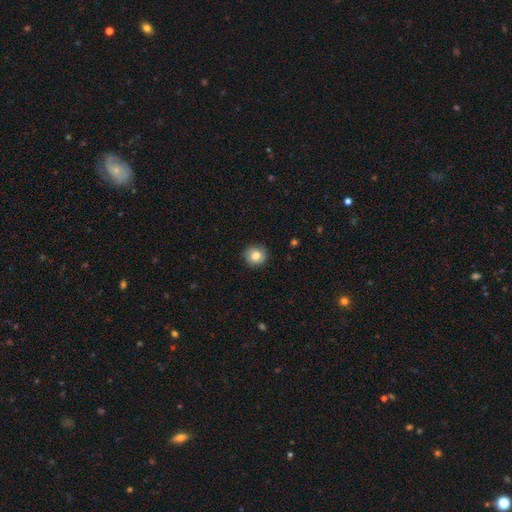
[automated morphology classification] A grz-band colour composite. It shows a smooth galaxy with no disk features (79%) that is round (87%). Merging: none (84%).